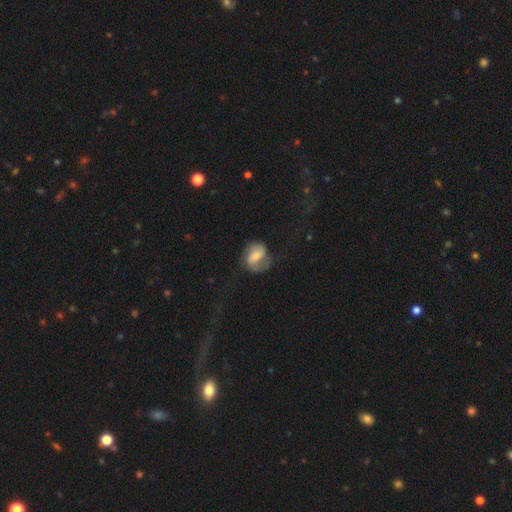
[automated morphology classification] Smooth or featured? Predicted: featured or disk (p=0.55). Edge-on disk? Predicted: no (p=0.96). Bar? Predicted: weak (p=0.44). Spiral arms? Predicted: yes (p=0.84). Bulge size? Predicted: moderate (p=0.46). Merging? Predicted: none (p=0.56).